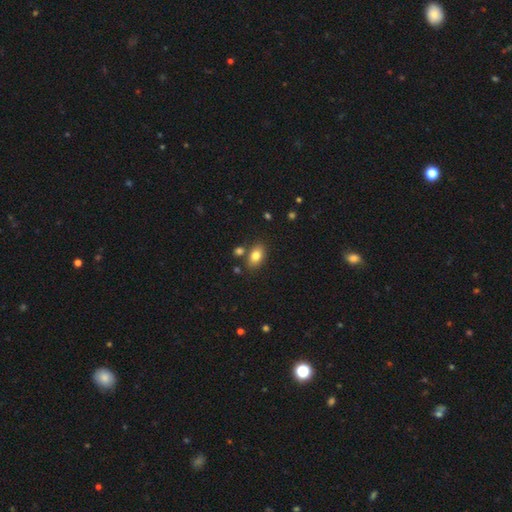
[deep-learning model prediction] Q: Smooth or featured?
A: smooth (81%); runner-up: featured or disk (10%)
Q: How rounded?
A: in between (87%); runner-up: round (11%)
Q: Merging?
A: none (76%); runner-up: minor disturbance (11%)